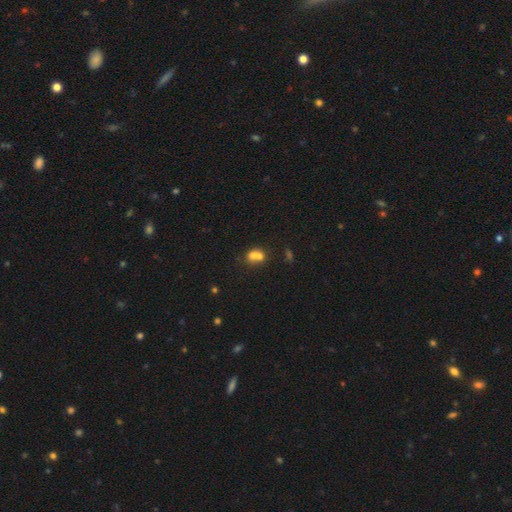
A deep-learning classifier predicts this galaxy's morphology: A smooth galaxy with no disk features (67%) that is round (63%). Merging: merger (66%).